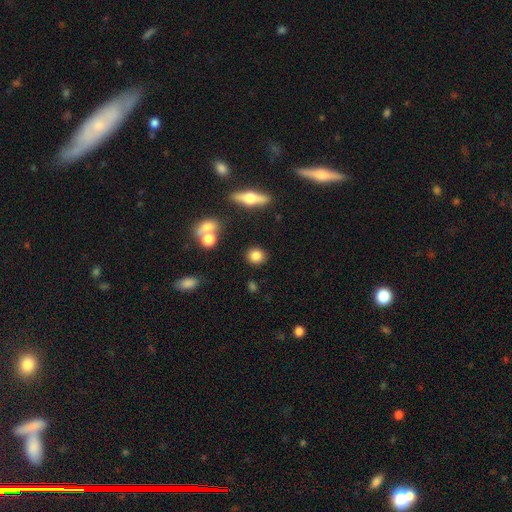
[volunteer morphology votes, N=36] type=smooth (89%); roundness=round (81%); merging=none (89%).